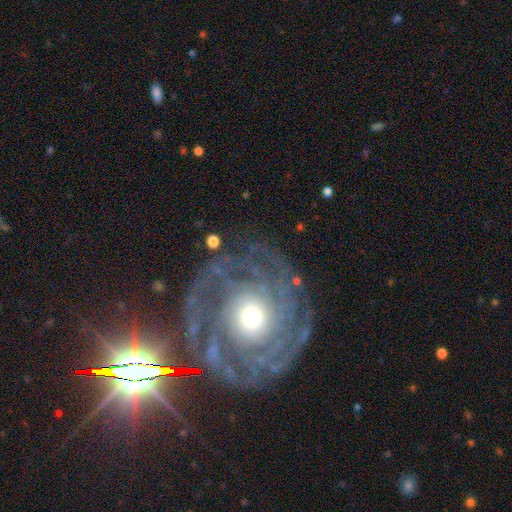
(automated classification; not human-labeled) Smooth or featured?
  - featured or disk: 82% *
  - star or artifact: 11%
  - smooth: 7%
Edge-on disk?
  - no: 96% *
  - yes: 4%
Bar?
  - no: 80% *
  - weak: 14%
  - strong: 6%
Spiral arms?
  - yes: 93% *
  - no: 7%
Spiral winding?
  - tight: 76% *
  - medium: 19%
  - loose: 4%
Spiral arm count?
  - can't tell: 33% *
  - 2: 20%
  - 3: 18%
  - 4: 11%
  - more than 4: 10%
  - 1: 8%
Bulge size?
  - moderate: 65% *
  - large: 18%
  - small: 14%
  - dominant: 2%
  - none: 1%
Merging?
  - none: 77% *
  - minor disturbance: 13%
  - major disturbance: 8%
  - merger: 2%